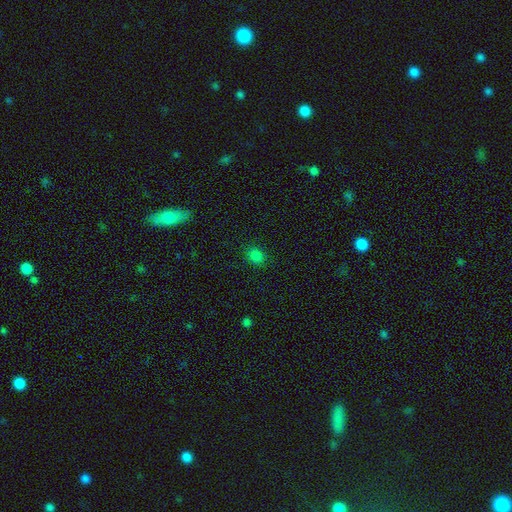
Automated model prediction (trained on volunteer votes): Smooth or featured?
  - smooth: 81% *
  - star or artifact: 15%
  - featured or disk: 3%
How rounded?
  - round: 50% *
  - in between: 49%
  - cigar-shaped: 1%
Merging?
  - none: 88% *
  - minor disturbance: 9%
  - major disturbance: 2%
  - merger: 1%